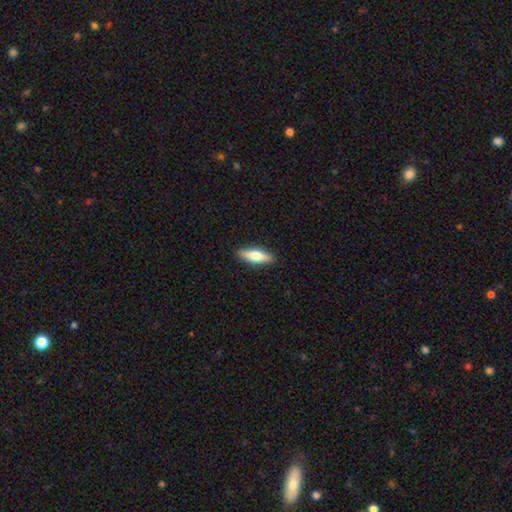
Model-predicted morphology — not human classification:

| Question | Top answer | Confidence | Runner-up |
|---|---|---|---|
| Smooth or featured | smooth | 62% | featured or disk (32%) |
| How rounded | cigar-shaped | 53% | in between (45%) |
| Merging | none | 90% | minor disturbance (8%) |